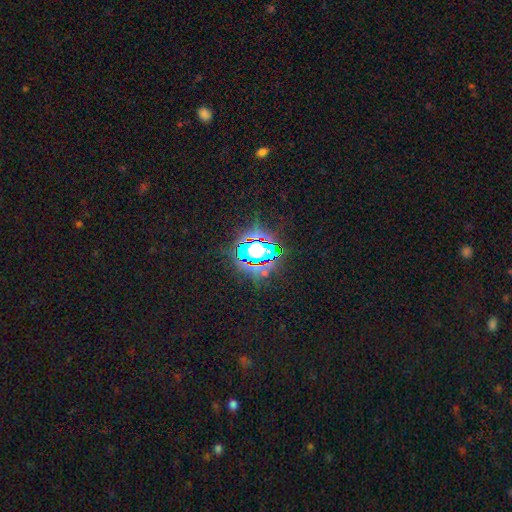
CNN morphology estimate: Smooth or featured: star or artifact — 75% (smooth — 15%)